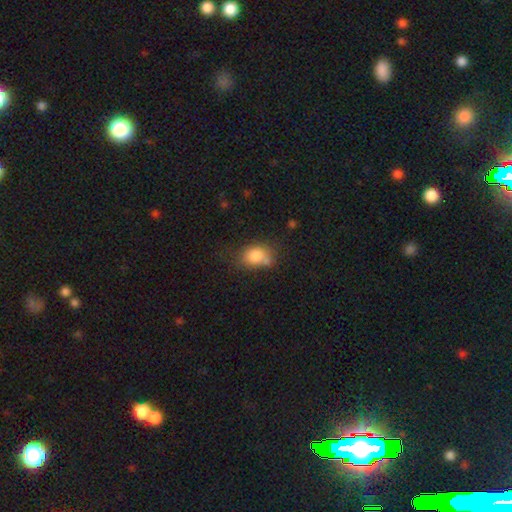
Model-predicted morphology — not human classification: Smooth or featured?
  - smooth: 82% *
  - featured or disk: 9%
  - star or artifact: 9%
How rounded?
  - in between: 66% *
  - round: 33%
  - cigar-shaped: 1%
Merging?
  - none: 49% *
  - minor disturbance: 23%
  - merger: 19%
  - major disturbance: 8%